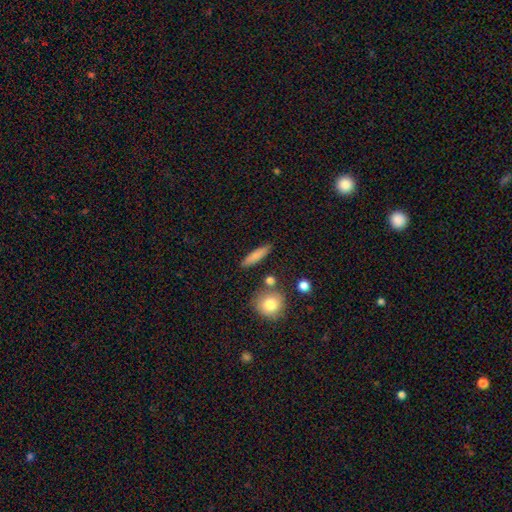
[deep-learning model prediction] The model was most divided on "how rounded": cigar-shaped: 75%, in between: 20%, round: 5%. More confident: merging — none (83%); smooth or featured — smooth (79%).